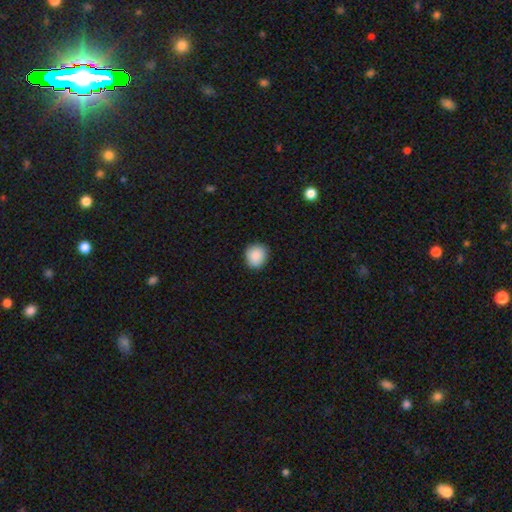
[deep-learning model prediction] smooth 89%, star or artifact 8%, featured or disk 3%. Down the decision tree: how rounded — round (79%); merging — none (88%).